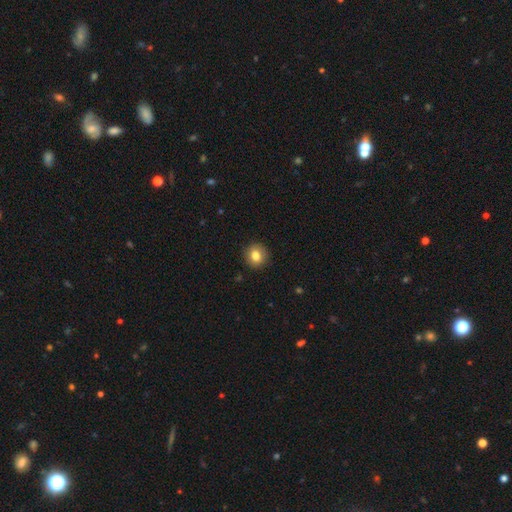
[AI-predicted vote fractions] smooth-or-featured: smooth: 82% | star or artifact: 9% | featured or disk: 8%
  how-rounded: round: 89% | in between: 10% | cigar-shaped: 1%
  merging: none: 91% | minor disturbance: 6% | major disturbance: 2% | merger: 1%